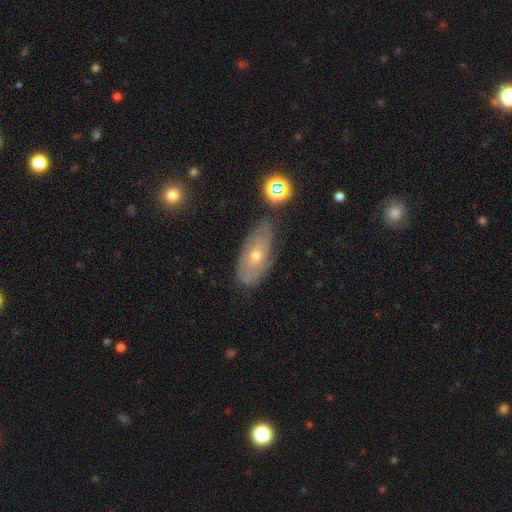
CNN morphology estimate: A featured or disk galaxy (57%).

Vote fractions:
- Smooth or featured? featured or disk: 57% / smooth: 32% / star or artifact: 11%
- Edge-on disk? no: 81% / yes: 19%
- Merging? none: 69% / minor disturbance: 22% / major disturbance: 5% / merger: 4%